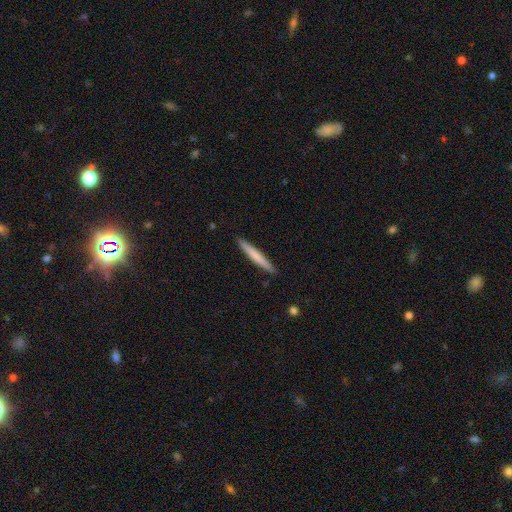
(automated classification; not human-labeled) The model was most divided on "smooth or featured": smooth: 70%, featured or disk: 25%, star or artifact: 5%. More confident: how rounded — cigar-shaped (96%); merging — none (91%).